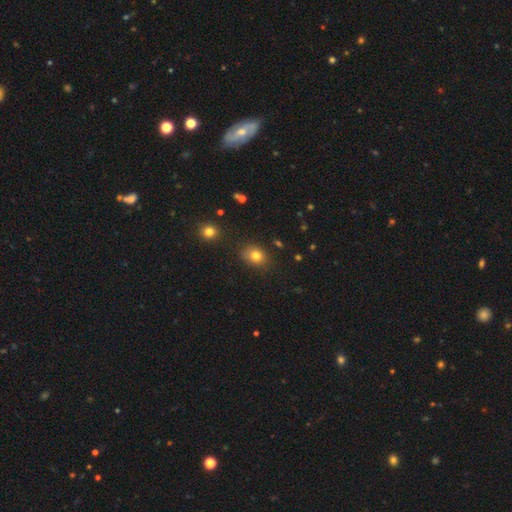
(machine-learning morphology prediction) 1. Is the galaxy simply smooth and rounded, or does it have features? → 80% smooth, 12% star or artifact, 8% featured or disk.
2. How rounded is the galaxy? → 50% round, 49% in between, 1% cigar-shaped.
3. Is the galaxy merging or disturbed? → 80% none, 14% minor disturbance, 3% major disturbance, 3% merger.